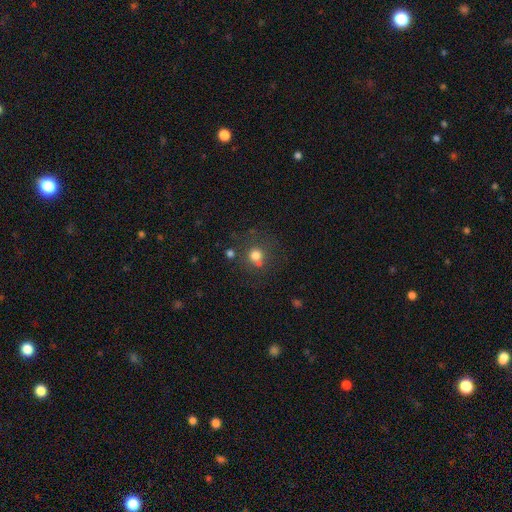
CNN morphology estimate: type=smooth (75%); roundness=round (88%); merging=none (65%).